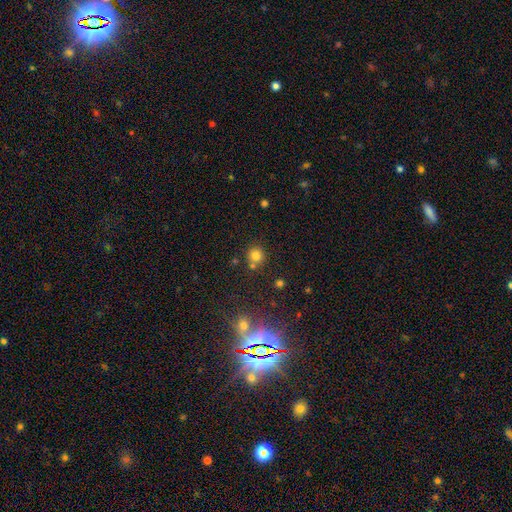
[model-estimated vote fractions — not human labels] Q: Smooth or featured?
A: smooth (77%); runner-up: star or artifact (16%)
Q: How rounded?
A: round (91%); runner-up: in between (8%)
Q: Merging?
A: none (72%); runner-up: merger (16%)